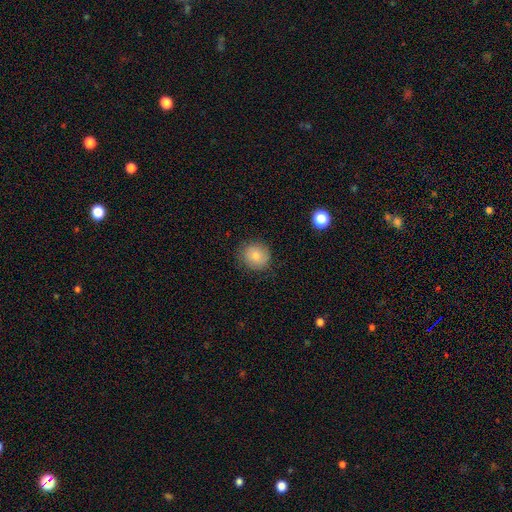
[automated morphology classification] Overall: smooth (79%). How rounded: round (86%). Merging: none (80%).